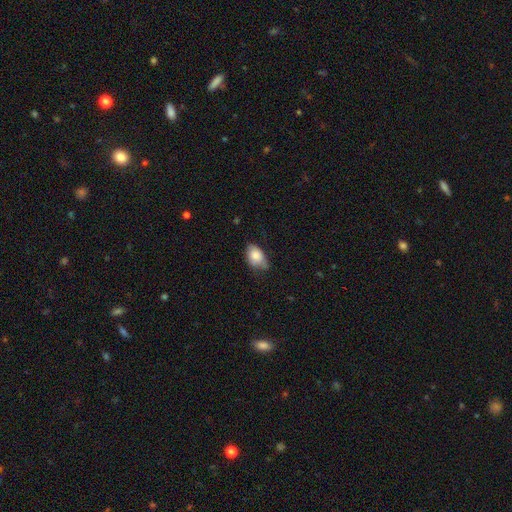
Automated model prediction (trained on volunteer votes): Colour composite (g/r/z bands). It shows a smooth galaxy with no disk features (81%) that is in between round and cigar-shaped (88%). Merging: none (55%).